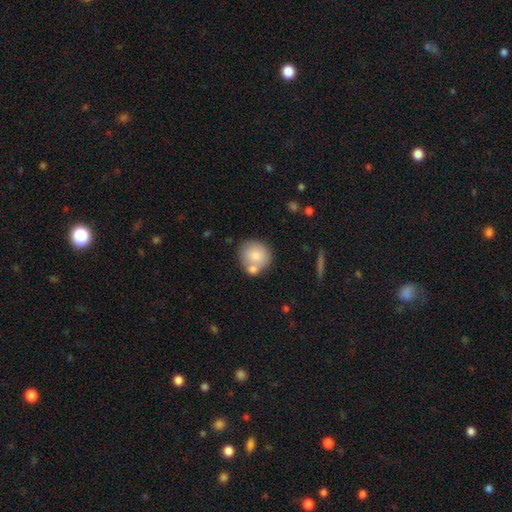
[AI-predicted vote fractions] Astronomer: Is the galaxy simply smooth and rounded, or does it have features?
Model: smooth — 76%.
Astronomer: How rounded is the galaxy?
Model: round — 87%.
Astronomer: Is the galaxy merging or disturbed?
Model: none — 53% (runner-up: merger, 31%).